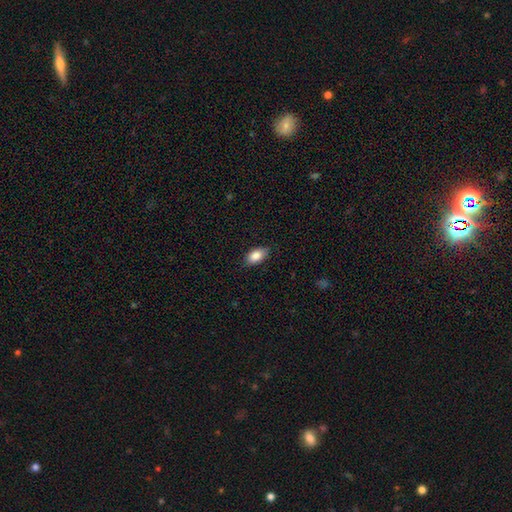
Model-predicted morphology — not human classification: smooth-or-featured: smooth: 87% | star or artifact: 7% | featured or disk: 6%
  how-rounded: in between: 92% | round: 5% | cigar-shaped: 3%
  merging: none: 85% | minor disturbance: 12% | major disturbance: 2% | merger: 1%